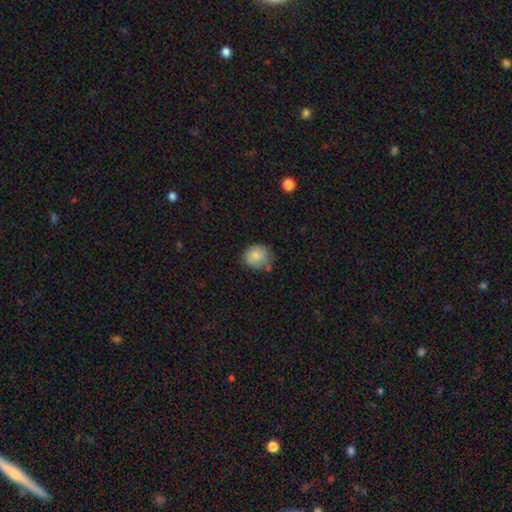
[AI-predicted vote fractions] Smooth or featured?
  - smooth: 83% *
  - star or artifact: 9%
  - featured or disk: 8%
How rounded?
  - round: 76% *
  - in between: 23%
  - cigar-shaped: 1%
Merging?
  - none: 63% *
  - minor disturbance: 26%
  - major disturbance: 6%
  - merger: 6%